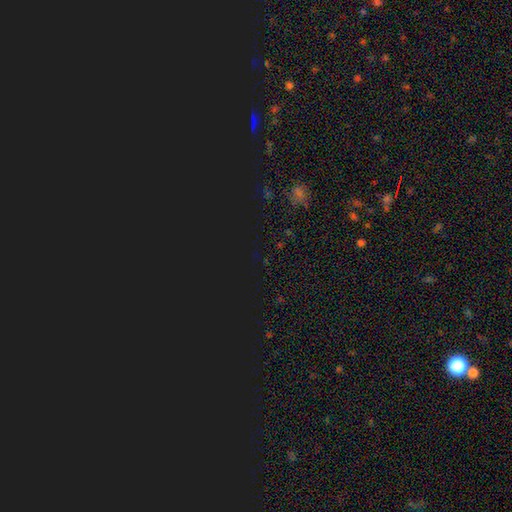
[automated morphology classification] Smooth or featured? star or artifact (79%)